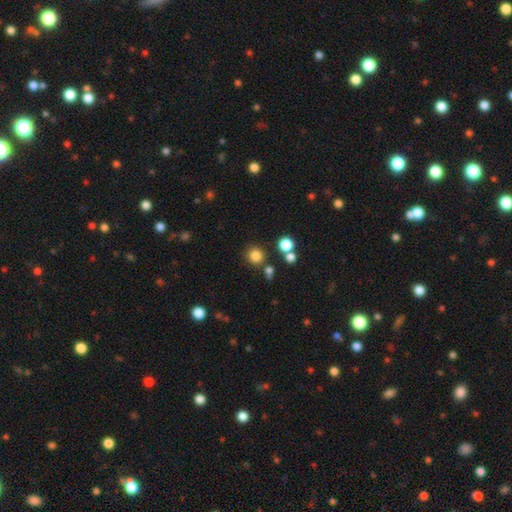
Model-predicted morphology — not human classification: This is clearly a smooth galaxy (82%). How rounded: clearly round (92%). Merging: clearly none (81%).